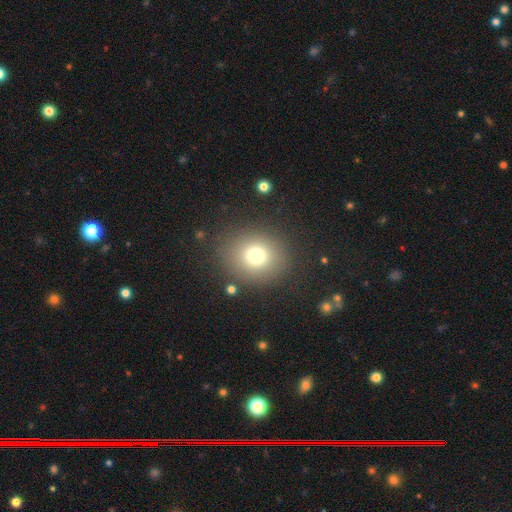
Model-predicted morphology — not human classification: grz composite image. It shows a smooth galaxy with no disk features (75%) that is round (77%). Merging: none (85%).